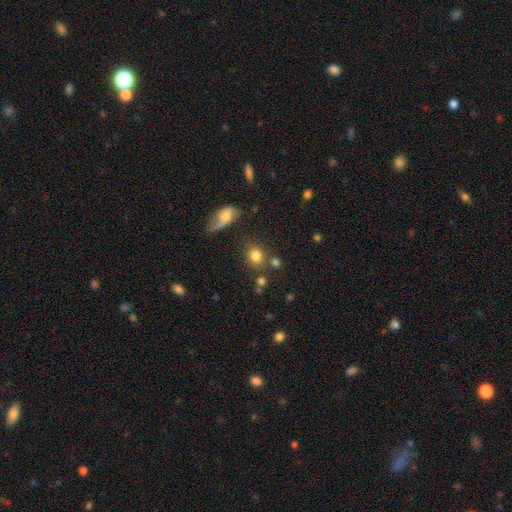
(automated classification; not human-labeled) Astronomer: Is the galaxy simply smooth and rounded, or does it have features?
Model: smooth — 80%.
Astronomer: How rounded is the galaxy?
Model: round — 67%.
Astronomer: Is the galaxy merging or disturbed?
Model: none — 68%.